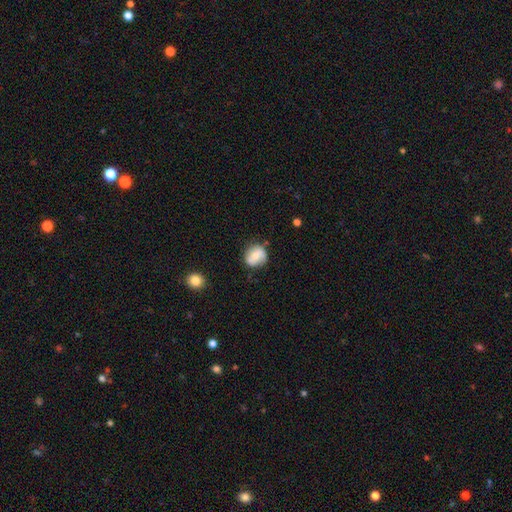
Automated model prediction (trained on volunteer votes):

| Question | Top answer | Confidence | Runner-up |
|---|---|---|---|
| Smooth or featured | smooth | 56% | featured or disk (36%) |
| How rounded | round | 76% | in between (23%) |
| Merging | none | 71% | minor disturbance (21%) |